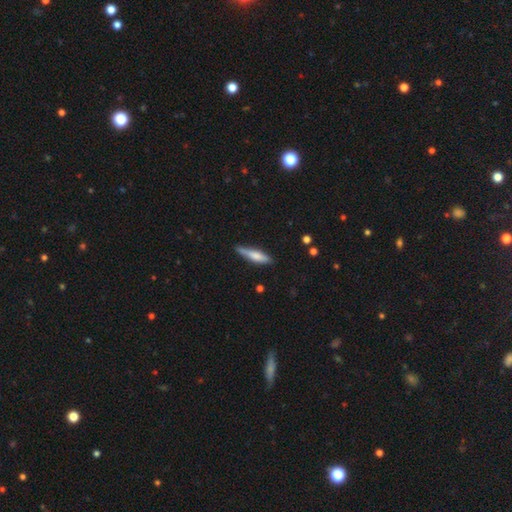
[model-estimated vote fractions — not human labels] This is likely a smooth galaxy (63%). How rounded: likely cigar-shaped (79%). Merging: likely none (80%).